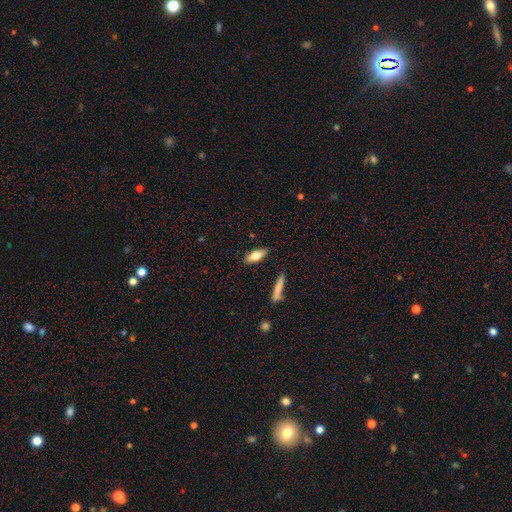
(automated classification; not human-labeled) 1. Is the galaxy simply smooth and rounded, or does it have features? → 69% smooth, 25% featured or disk, 6% star or artifact.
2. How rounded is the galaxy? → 61% in between, 37% cigar-shaped, 3% round.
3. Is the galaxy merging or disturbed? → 84% none, 11% minor disturbance, 2% merger, 2% major disturbance.